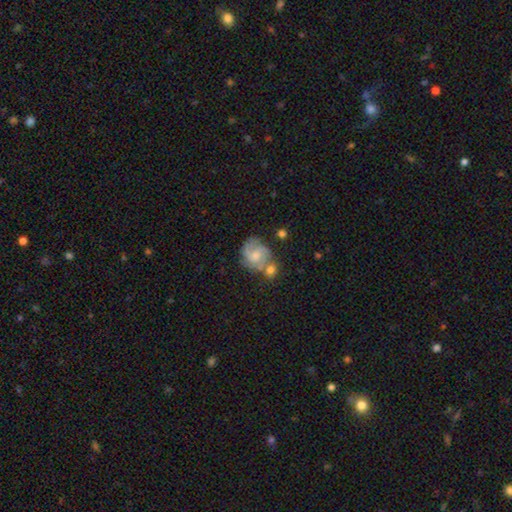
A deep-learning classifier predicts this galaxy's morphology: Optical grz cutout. It shows a featured or disk galaxy (69%) with no bar (64%), 2 (39%) medium (46%) spiral arms (92%) and a small central bulge (50%). Merging: none (44%).